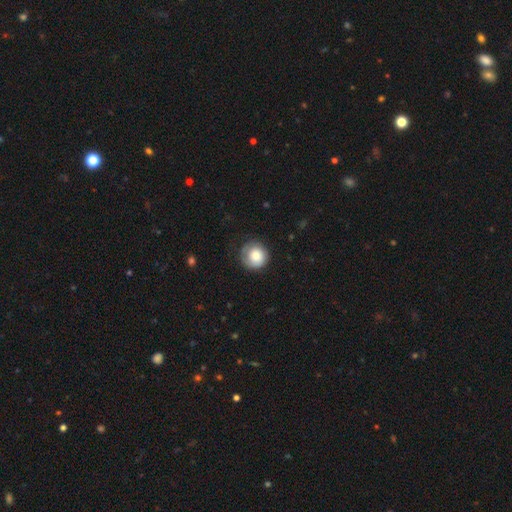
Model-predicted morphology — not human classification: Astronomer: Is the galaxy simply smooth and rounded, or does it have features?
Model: smooth — 72%.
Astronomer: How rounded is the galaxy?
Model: round — 92%.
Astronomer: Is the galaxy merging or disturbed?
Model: none — 72%.